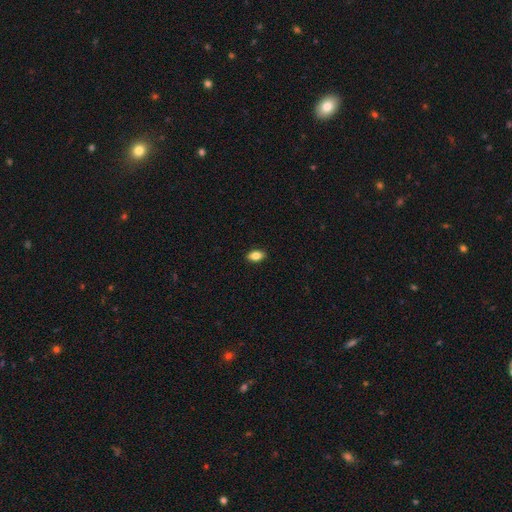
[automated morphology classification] A smooth galaxy with no disk features (83%) that is in between round and cigar-shaped (89%). Merging: none (89%).